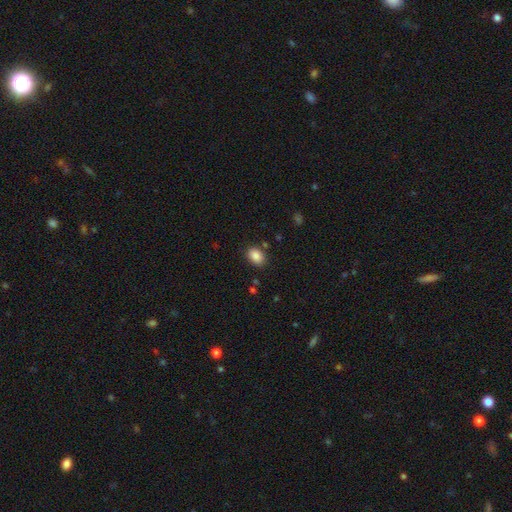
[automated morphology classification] smooth_or_featured: smooth (p=0.87) [alt: star or artifact p=0.08]
how_rounded: in between (p=0.76) [alt: round p=0.23]
merging: none (p=0.84) [alt: minor disturbance p=0.10]